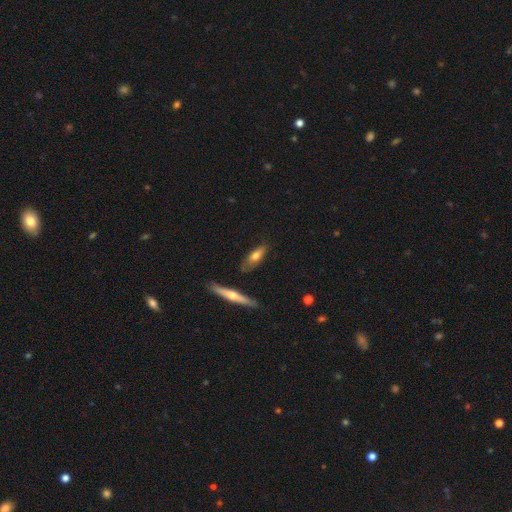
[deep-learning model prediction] This is likely a smooth galaxy (61%). How rounded: possibly in between (51%). Merging: likely none (75%).